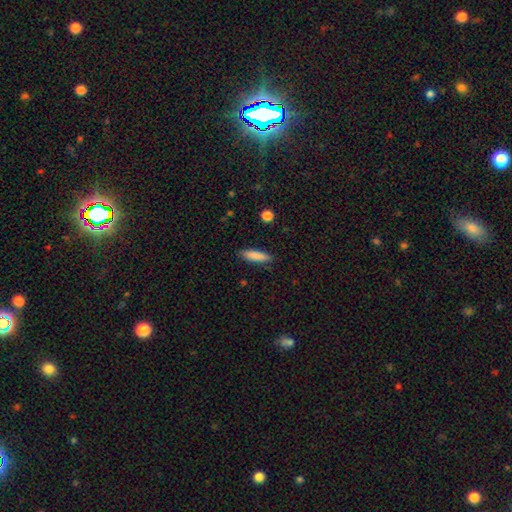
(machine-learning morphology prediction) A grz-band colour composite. It shows a smooth galaxy with no disk features (85%) that is cigar-shaped (68%). Merging: none (88%).